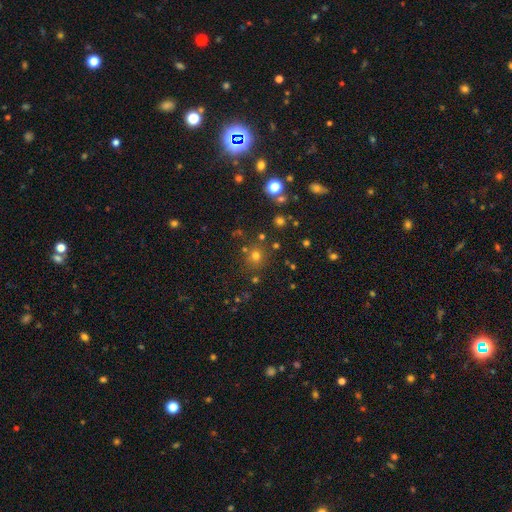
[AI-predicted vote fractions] Smooth or featured? Predicted: smooth (p=0.69). How rounded? Predicted: round (p=0.88). Merging? Predicted: none (p=0.81).